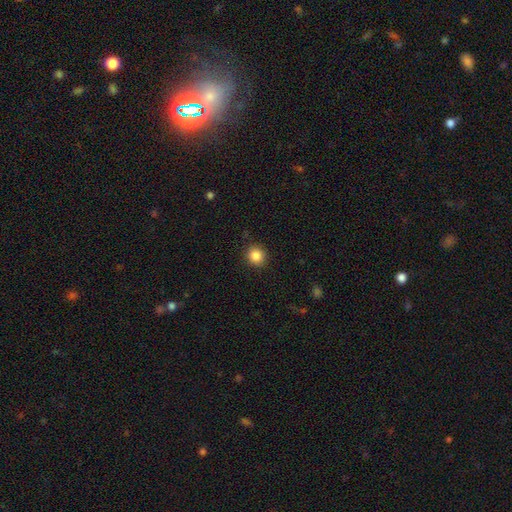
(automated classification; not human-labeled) A smooth galaxy with no disk features (86%) that is round (88%). Merging: none (90%).